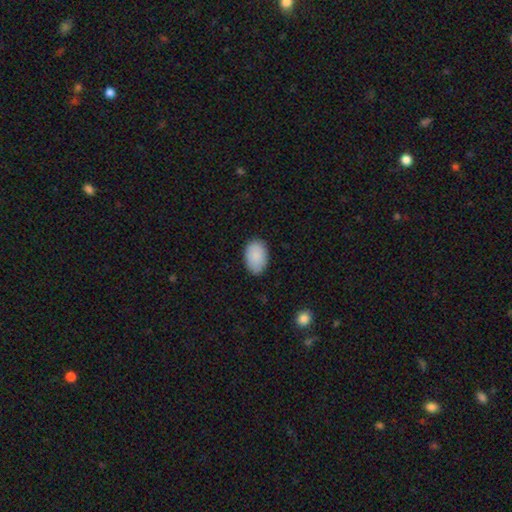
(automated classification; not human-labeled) Smooth or featured? smooth (88%)
How rounded? in between (90%)
Merging? none (83%)